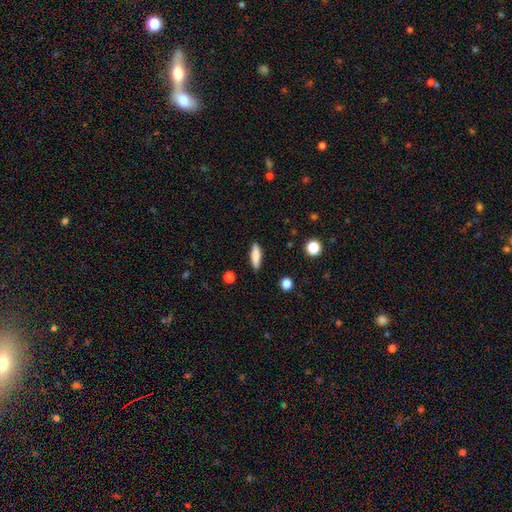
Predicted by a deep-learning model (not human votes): Smooth or featured: smooth — 78% (featured or disk — 15%)
How rounded: cigar-shaped — 61% (in between — 36%)
Merging: none — 88% (minor disturbance — 9%)